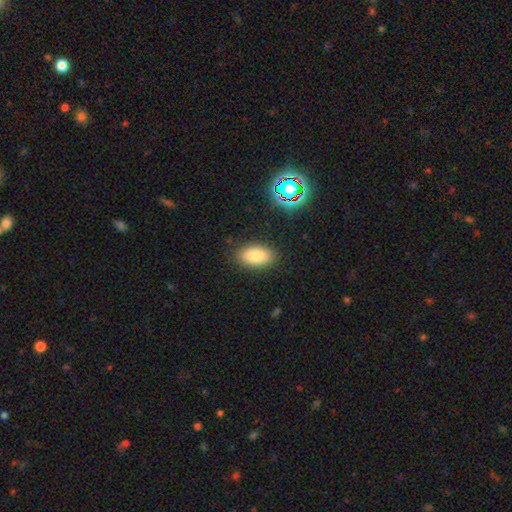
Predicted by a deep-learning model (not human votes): Smooth or featured: smooth — 81% (star or artifact — 10%)
How rounded: in between — 92% (round — 6%)
Merging: none — 86% (minor disturbance — 10%)